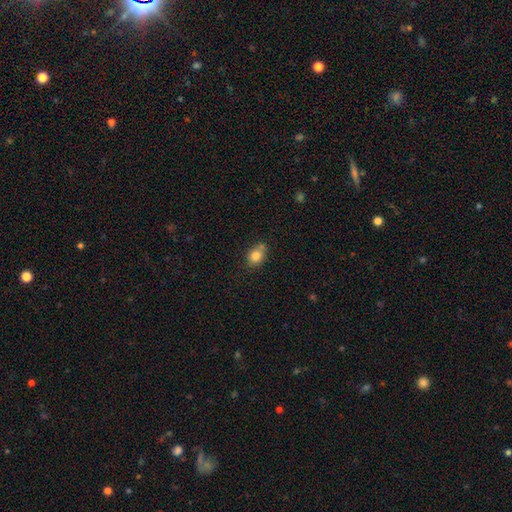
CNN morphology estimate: type=smooth (82%); roundness=in between (52%); merging=none (60%).